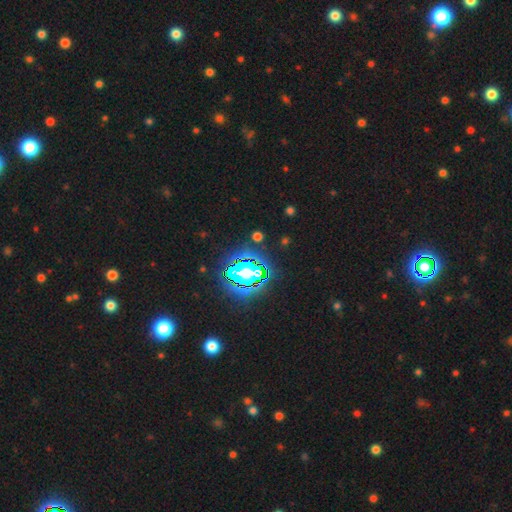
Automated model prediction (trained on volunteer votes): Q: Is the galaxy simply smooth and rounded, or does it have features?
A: star or artifact — 83%.